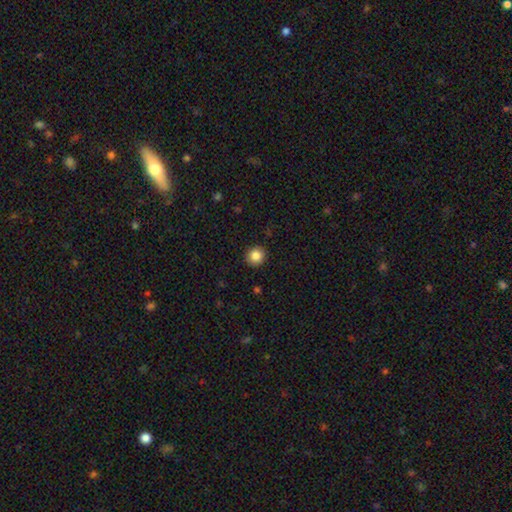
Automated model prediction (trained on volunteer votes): This is clearly a smooth galaxy (85%). How rounded: clearly round (92%). Merging: clearly none (92%).